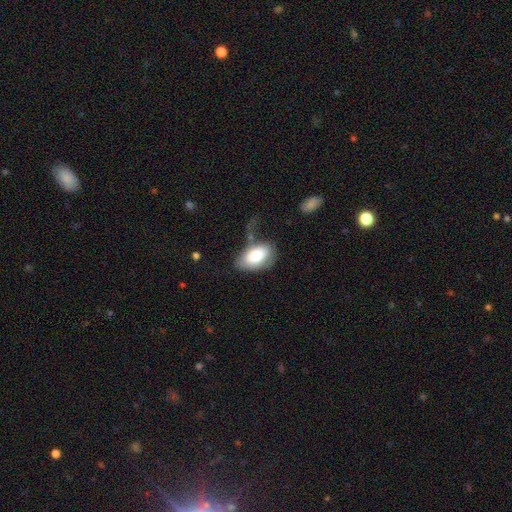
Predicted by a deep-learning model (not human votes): Smooth or featured? smooth (75%)
How rounded? in between (92%)
Merging? none (44%)